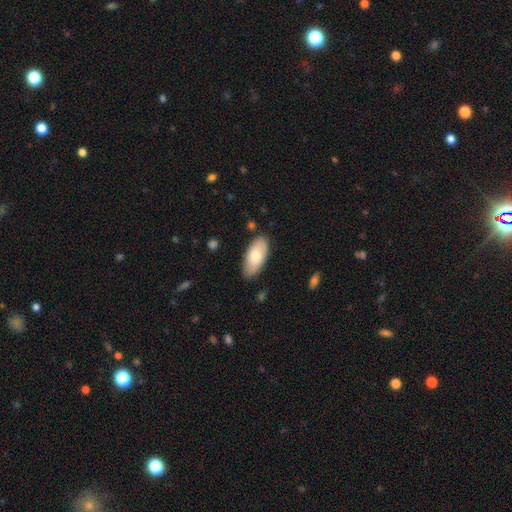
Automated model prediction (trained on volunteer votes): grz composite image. It shows a smooth galaxy with no disk features (74%) that is in between round and cigar-shaped (93%). Merging: none (82%).